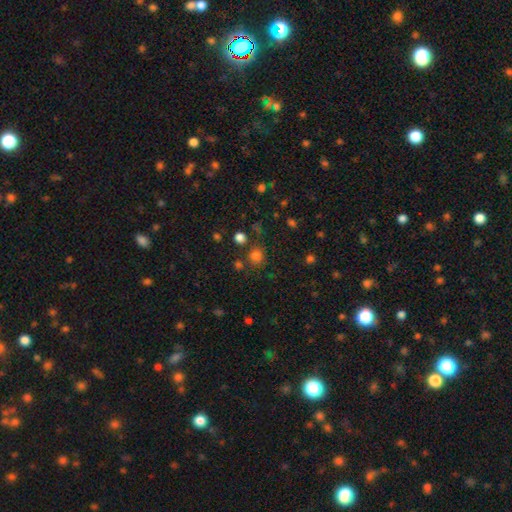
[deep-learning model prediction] smooth_or_featured: smooth (p=0.77) [alt: star or artifact p=0.18]
how_rounded: round (p=0.83) [alt: in between p=0.16]
merging: none (p=0.75) [alt: minor disturbance p=0.11]